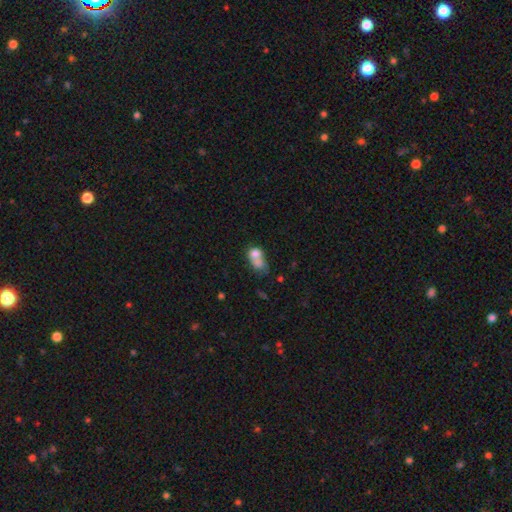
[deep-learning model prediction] smooth_or_featured: smooth (p=0.72) [alt: featured or disk p=0.18]
how_rounded: in between (p=0.58) [alt: round p=0.40]
merging: merger (p=0.65) [alt: none p=0.17]